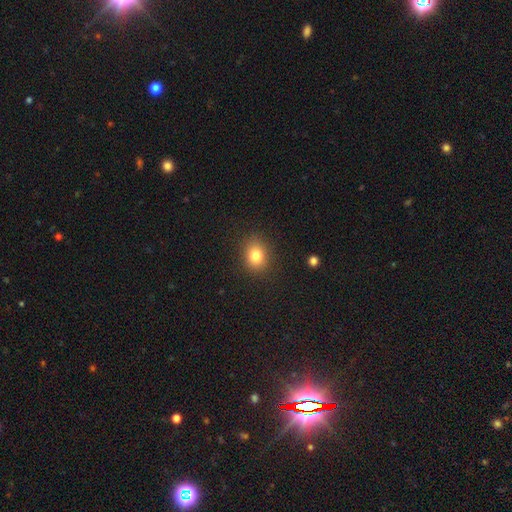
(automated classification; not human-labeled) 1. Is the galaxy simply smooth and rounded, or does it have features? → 80% smooth, 12% star or artifact, 8% featured or disk.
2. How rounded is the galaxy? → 60% round, 39% in between, 1% cigar-shaped.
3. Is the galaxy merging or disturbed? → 88% none, 8% minor disturbance, 3% major disturbance, 1% merger.